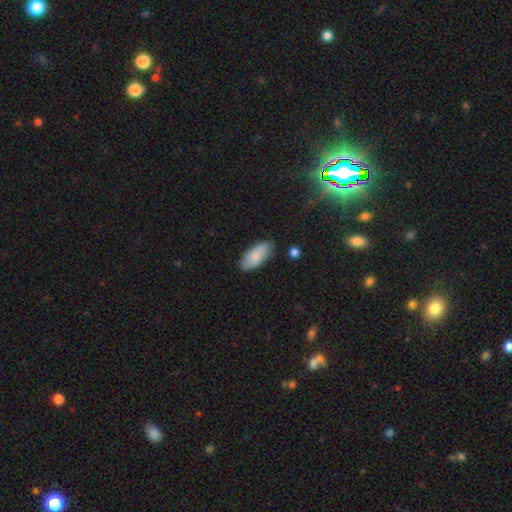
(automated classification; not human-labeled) This is likely a smooth galaxy (77%). How rounded: clearly in between (89%). Merging: clearly none (81%).